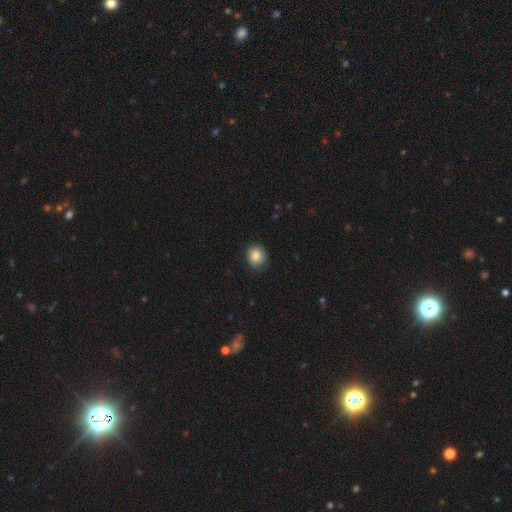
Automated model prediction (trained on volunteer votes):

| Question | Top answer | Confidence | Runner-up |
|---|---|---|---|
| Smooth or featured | smooth | 85% | star or artifact (9%) |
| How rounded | round | 77% | in between (22%) |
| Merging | none | 83% | minor disturbance (13%) |